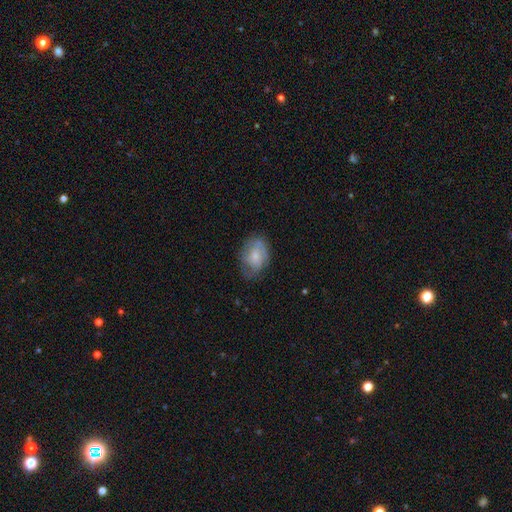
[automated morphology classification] Q: Smooth or featured?
A: smooth (54%); runner-up: featured or disk (39%)
Q: How rounded?
A: in between (76%); runner-up: round (23%)
Q: Merging?
A: none (61%); runner-up: minor disturbance (27%)